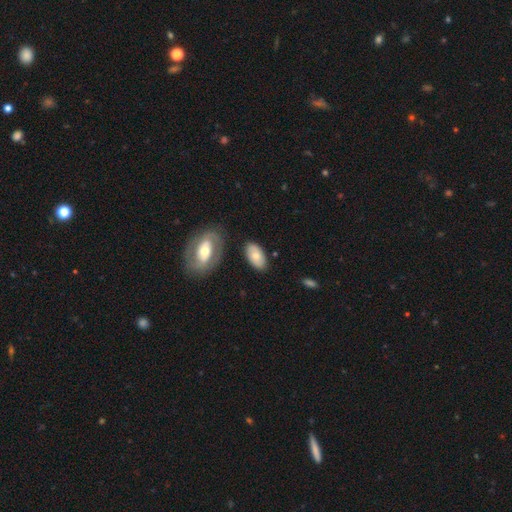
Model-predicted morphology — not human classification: Overall: smooth (66%; featured or disk 27%). How rounded: in between (94%). Merging: none (79%).